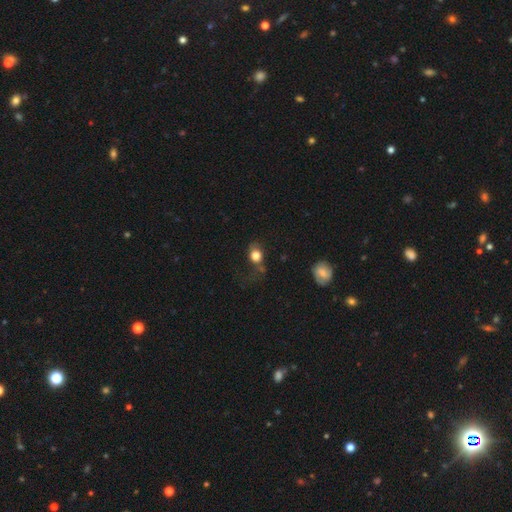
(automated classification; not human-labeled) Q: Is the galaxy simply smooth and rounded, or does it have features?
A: smooth — 78%.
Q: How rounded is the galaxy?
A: round — 60%.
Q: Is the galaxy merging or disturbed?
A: none — 45%.